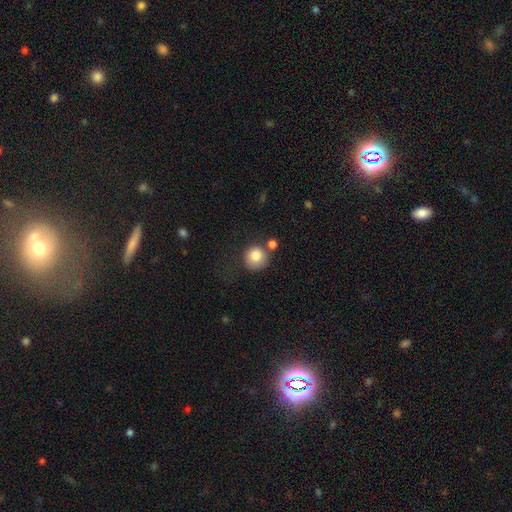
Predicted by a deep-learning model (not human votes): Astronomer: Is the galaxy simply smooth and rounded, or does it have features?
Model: smooth — 81%.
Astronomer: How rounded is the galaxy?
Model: round — 91%.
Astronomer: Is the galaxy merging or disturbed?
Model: none — 61%.